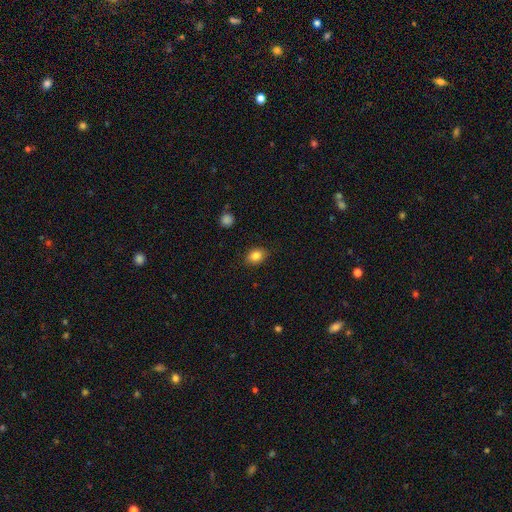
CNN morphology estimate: Smooth or featured? smooth (83%)
How rounded? in between (66%)
Merging? none (85%)